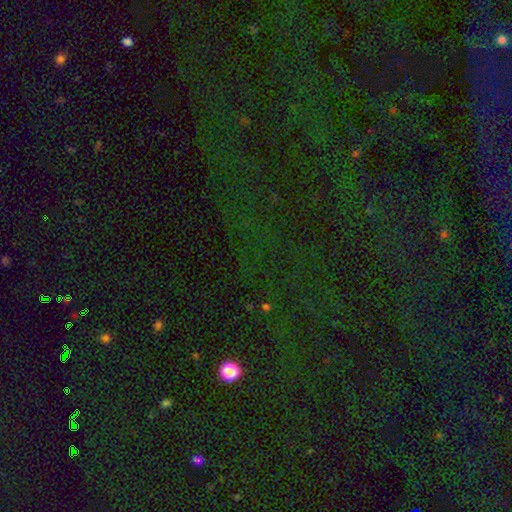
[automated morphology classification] Smooth or featured? Predicted: star or artifact (p=0.82).